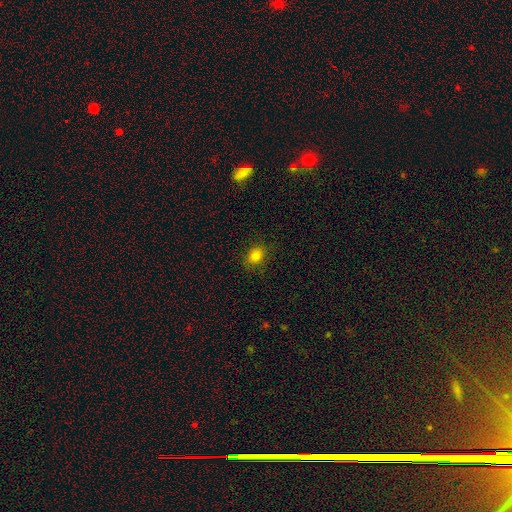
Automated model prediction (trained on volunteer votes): Smooth or featured? smooth (81%)
How rounded? in between (56%)
Merging? none (85%)